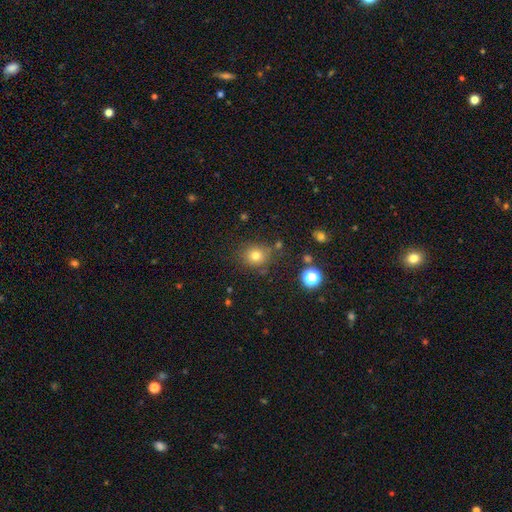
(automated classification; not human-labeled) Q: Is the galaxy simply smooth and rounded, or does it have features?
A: smooth — 76%.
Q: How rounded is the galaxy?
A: round — 80%.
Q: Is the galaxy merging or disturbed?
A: none — 79%.